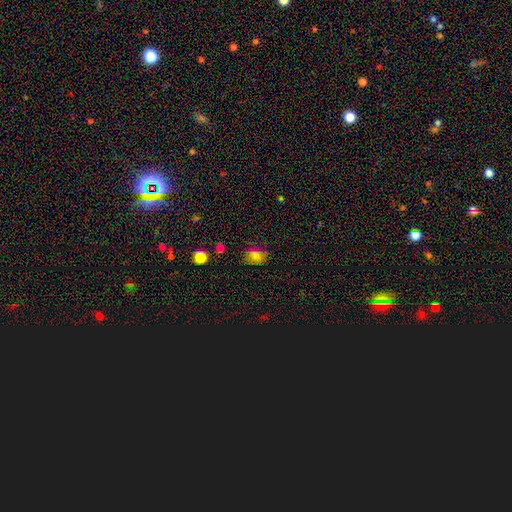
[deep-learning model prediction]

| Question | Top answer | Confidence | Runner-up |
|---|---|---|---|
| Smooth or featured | smooth | 58% | star or artifact (33%) |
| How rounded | round | 61% | in between (37%) |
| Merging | none | 81% | minor disturbance (12%) |